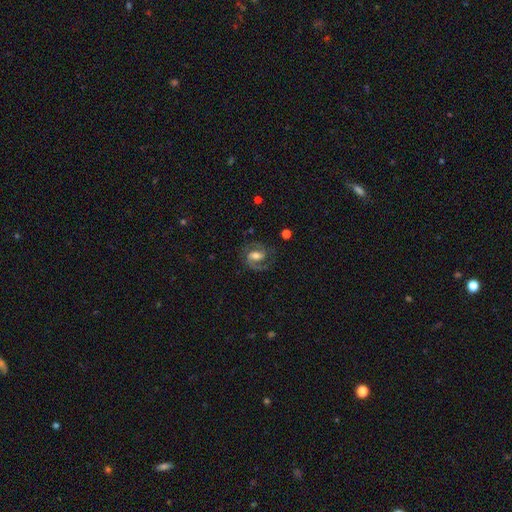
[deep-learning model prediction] Morphology: type=featured or disk (85%); edge-on=no (98%); bar=weak (47%); spiral arms=yes (96%); winding=medium (59%); arm count=2 (89%); bulge=moderate (61%); merging=none (77%).